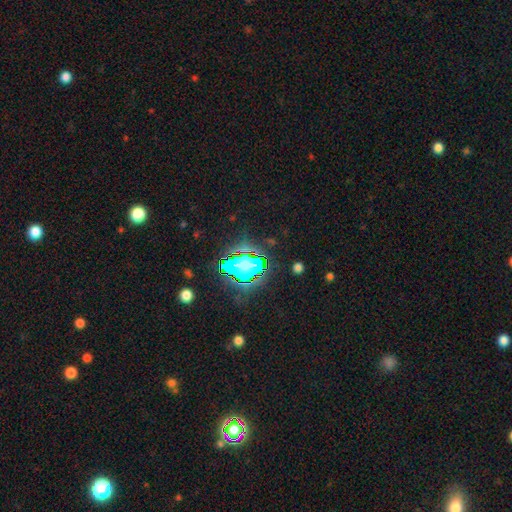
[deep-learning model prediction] smooth_or_featured: star or artifact (p=0.80) [alt: smooth p=0.12]